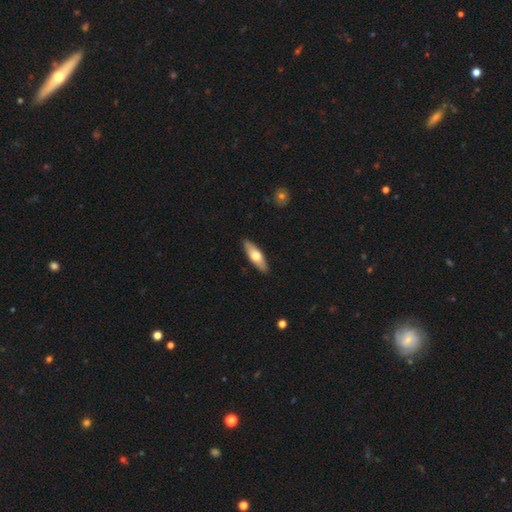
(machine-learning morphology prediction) smooth_or_featured: smooth (p=0.59) [alt: featured or disk p=0.36]
how_rounded: cigar-shaped (p=0.50) [alt: in between p=0.48]
merging: none (p=0.90) [alt: minor disturbance p=0.08]